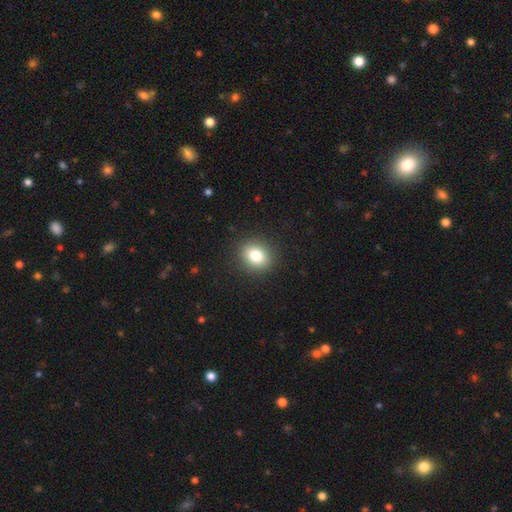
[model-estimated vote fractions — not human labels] This is clearly a smooth galaxy (80%). How rounded: likely round (67%). Merging: clearly none (90%).